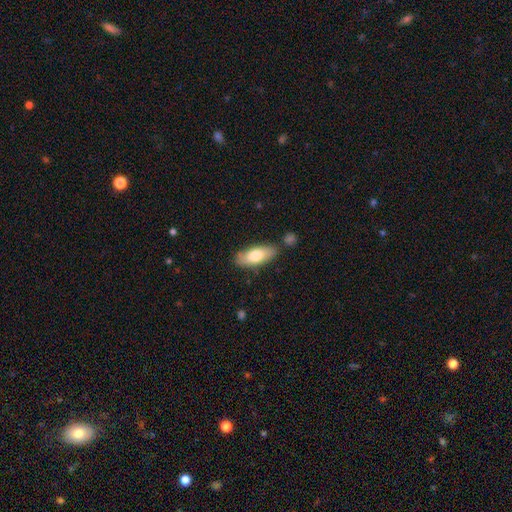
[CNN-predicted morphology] Smooth or featured: smooth — 72% (featured or disk — 22%)
How rounded: in between — 78% (cigar-shaped — 20%)
Merging: none — 78% (minor disturbance — 14%)